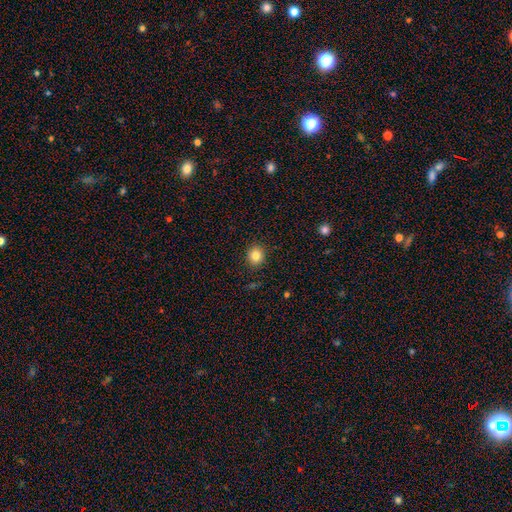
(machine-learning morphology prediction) Smooth or featured?
  - smooth: 84% *
  - star or artifact: 10%
  - featured or disk: 6%
How rounded?
  - round: 81% *
  - in between: 18%
  - cigar-shaped: 1%
Merging?
  - none: 90% *
  - minor disturbance: 7%
  - major disturbance: 2%
  - merger: 1%